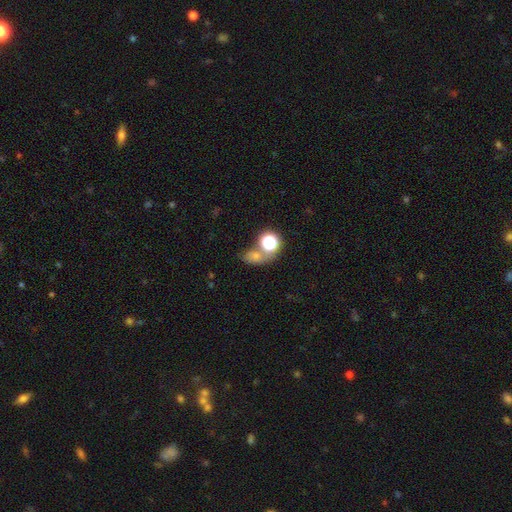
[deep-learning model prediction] Q: Smooth or featured?
A: smooth (54%); runner-up: star or artifact (33%)
Q: How rounded?
A: round (54%); runner-up: in between (44%)
Q: Merging?
A: none (46%); runner-up: merger (33%)